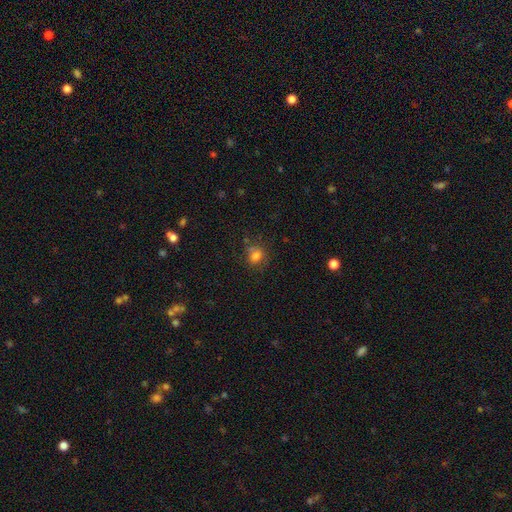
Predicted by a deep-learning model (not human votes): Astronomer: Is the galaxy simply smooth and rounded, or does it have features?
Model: smooth — 75%.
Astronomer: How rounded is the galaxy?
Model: round — 67%.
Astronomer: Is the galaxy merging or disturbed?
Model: none — 66%.